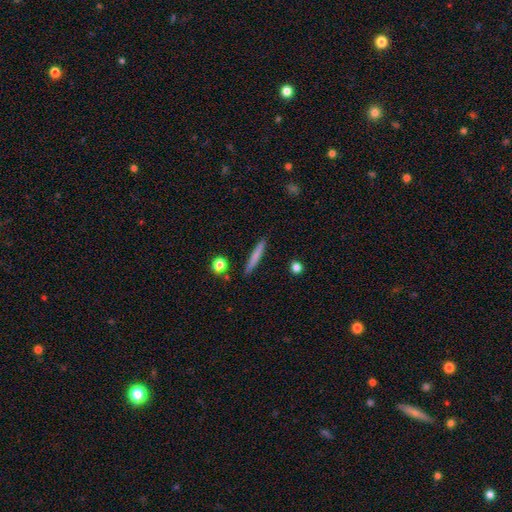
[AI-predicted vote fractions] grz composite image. It shows a smooth galaxy with no disk features (72%) that is cigar-shaped (95%). Merging: none (89%).